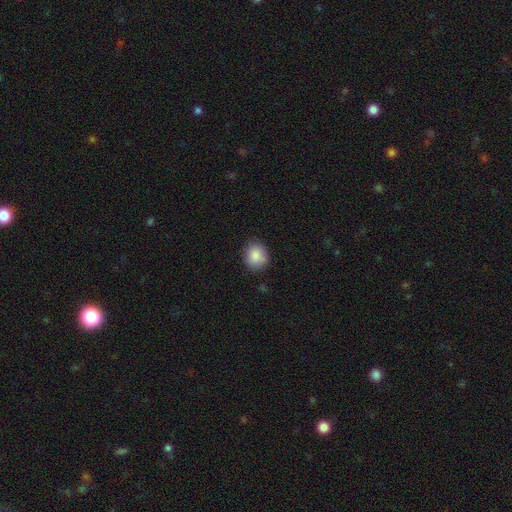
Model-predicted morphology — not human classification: This appears to be a smooth galaxy with no disk features (88%) that is round (75%). Merging: none (83%).